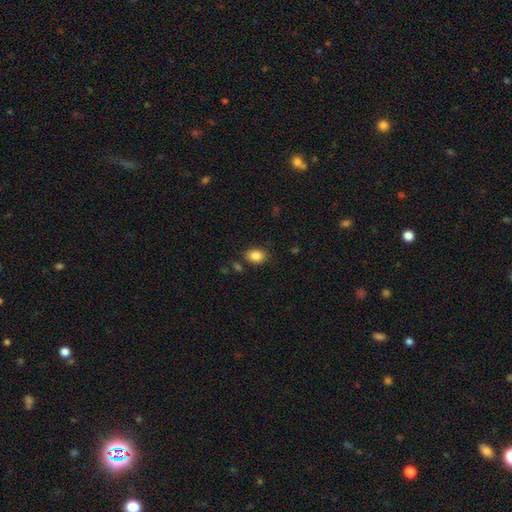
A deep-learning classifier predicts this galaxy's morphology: Smooth or featured? Predicted: smooth (p=0.86). How rounded? Predicted: in between (p=0.69). Merging? Predicted: none (p=0.80).